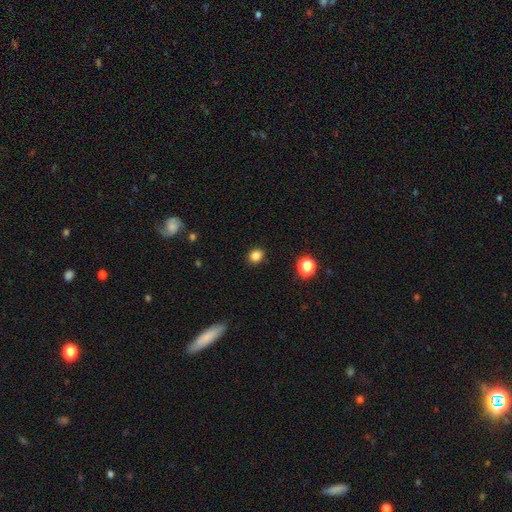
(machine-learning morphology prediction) Smooth or featured? Predicted: smooth (p=0.83). How rounded? Predicted: round (p=0.64). Merging? Predicted: none (p=0.89).